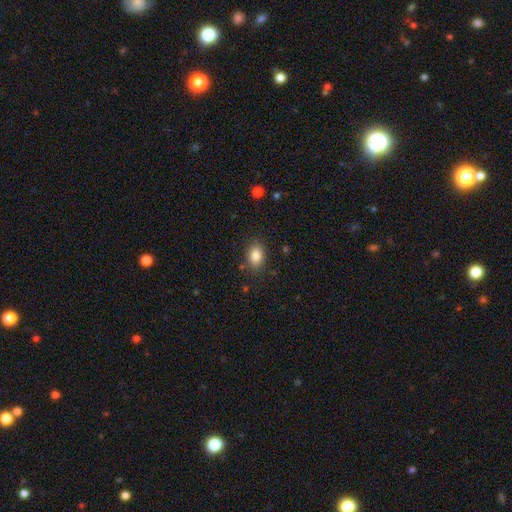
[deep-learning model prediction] smooth 84%, star or artifact 9%, featured or disk 7%. Down the decision tree: how rounded — in between (77%); merging — none (84%).